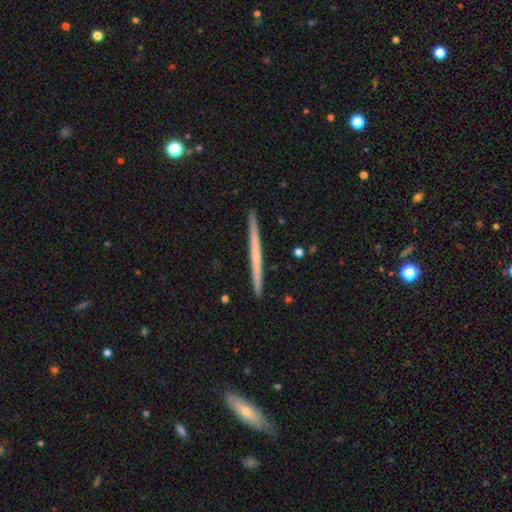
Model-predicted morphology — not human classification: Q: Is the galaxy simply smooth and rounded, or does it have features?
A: featured or disk — 53%.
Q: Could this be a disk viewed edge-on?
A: yes — 98%.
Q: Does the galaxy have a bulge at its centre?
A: none — 87%.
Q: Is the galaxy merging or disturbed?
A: none — 93%.